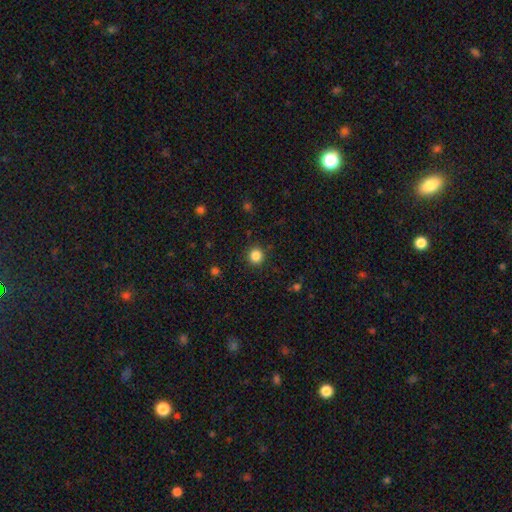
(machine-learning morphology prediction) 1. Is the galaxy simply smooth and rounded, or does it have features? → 85% smooth, 11% star or artifact, 3% featured or disk.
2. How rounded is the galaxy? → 94% round, 5% in between, 1% cigar-shaped.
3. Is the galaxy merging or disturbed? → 92% none, 5% minor disturbance, 2% major disturbance, 1% merger.